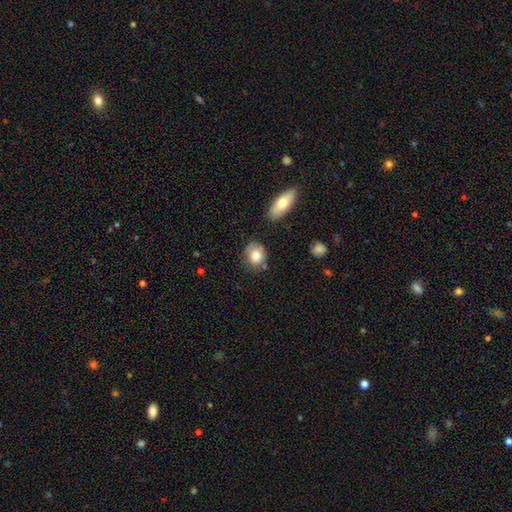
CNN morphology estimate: smooth_or_featured: smooth (p=0.80) [alt: featured or disk p=0.12]
how_rounded: round (p=0.60) [alt: in between p=0.38]
merging: none (p=0.71) [alt: minor disturbance p=0.19]